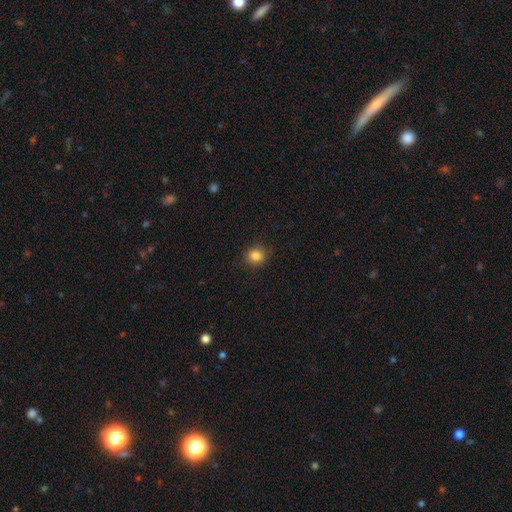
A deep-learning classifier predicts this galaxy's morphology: A smooth galaxy with no disk features (85%) that is round (84%). Merging: none (89%).